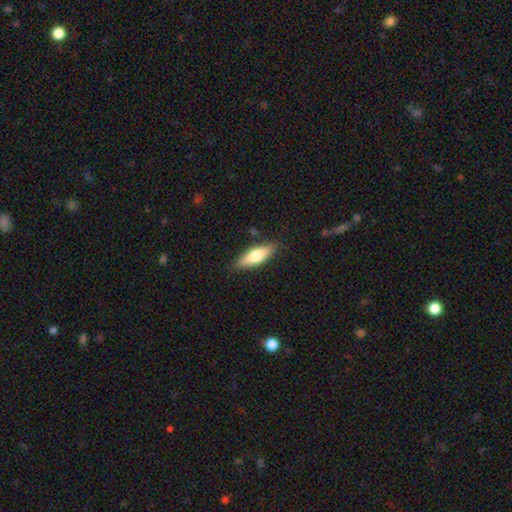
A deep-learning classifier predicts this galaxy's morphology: smooth-or-featured: smooth: 65% | featured or disk: 29% | star or artifact: 6%
  how-rounded: in between: 54% | cigar-shaped: 44% | round: 2%
  merging: none: 85% | minor disturbance: 11% | major disturbance: 2% | merger: 1%